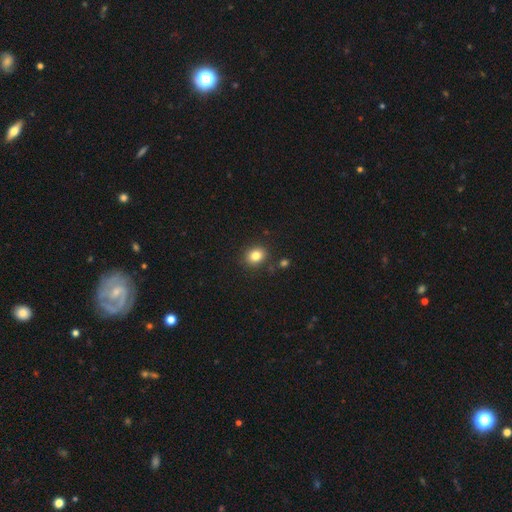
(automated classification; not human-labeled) smooth 83%, star or artifact 11%, featured or disk 7%. Down the decision tree: how rounded — round (60%); merging — none (86%).